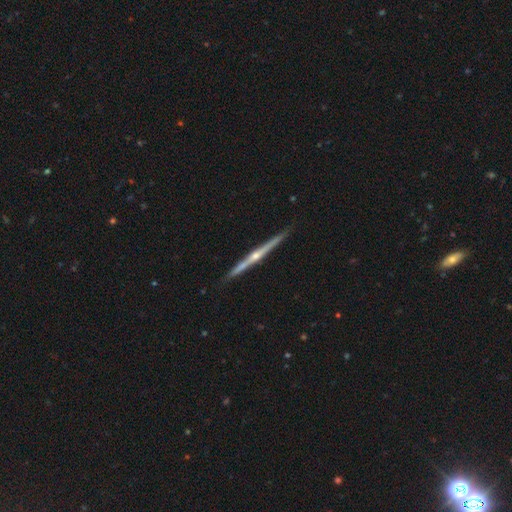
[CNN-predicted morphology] smooth-or-featured: featured or disk: 86% | smooth: 9% | star or artifact: 5%
  disk-edge-on: yes: 98% | no: 2%
    edge-on-bulge: rounded: 84% | none: 12% | boxy: 4%
  merging: none: 91% | minor disturbance: 7% | merger: 1% | major disturbance: 1%